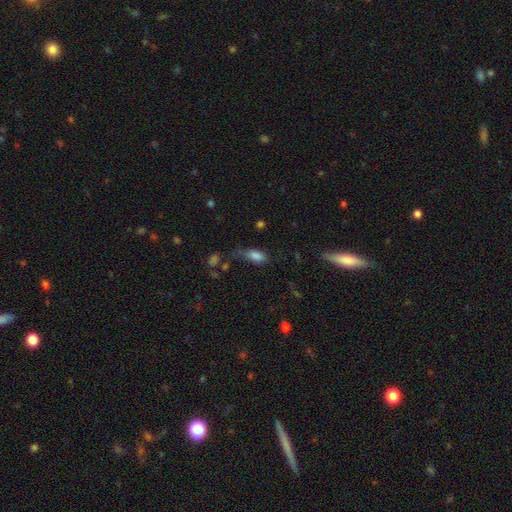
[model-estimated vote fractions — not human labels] This is clearly a smooth galaxy (82%). How rounded: clearly in between (86%). Merging: marginally none (42%).